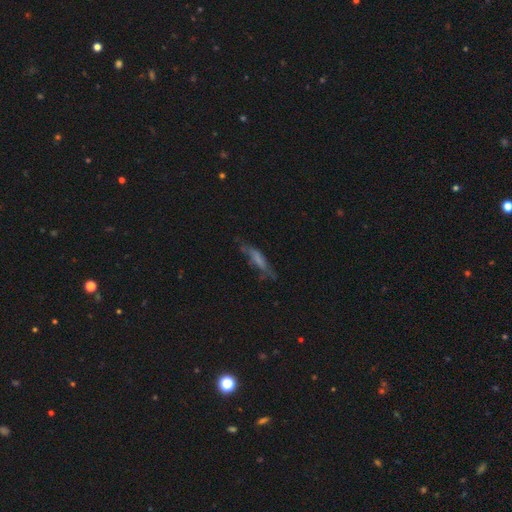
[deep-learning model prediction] A featured or disk galaxy (43%). Merging: none (59%).